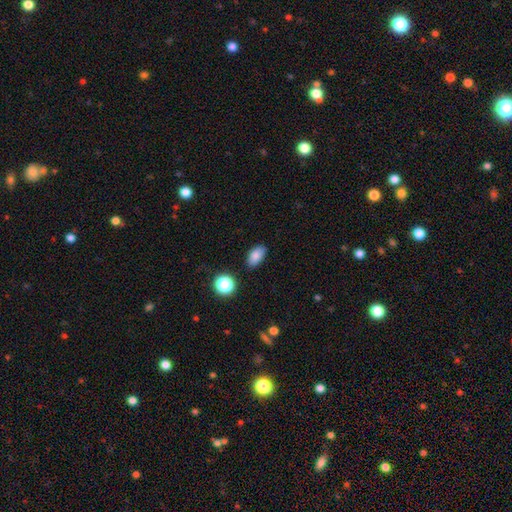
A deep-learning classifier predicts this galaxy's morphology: A smooth galaxy with no disk features (83%) that is in between round and cigar-shaped (90%).

Vote fractions:
- Smooth or featured? smooth: 83% / star or artifact: 10% / featured or disk: 7%
- How rounded? in between: 90% / round: 7% / cigar-shaped: 2%
- Merging? none: 85% / minor disturbance: 11% / major disturbance: 2% / merger: 2%